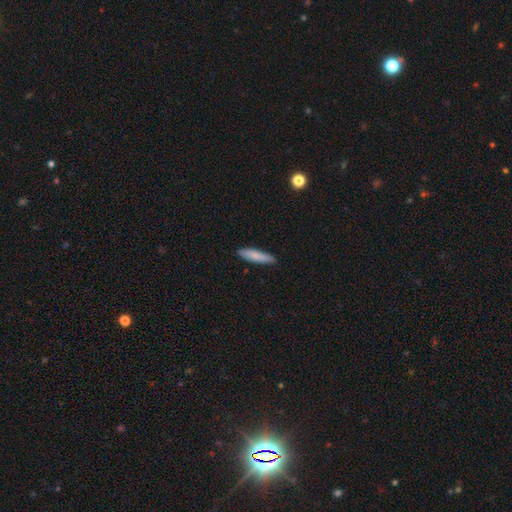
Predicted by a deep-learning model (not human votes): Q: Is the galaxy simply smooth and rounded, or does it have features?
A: smooth — 81%.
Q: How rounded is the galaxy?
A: cigar-shaped — 75%.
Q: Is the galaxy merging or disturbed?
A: none — 85%.